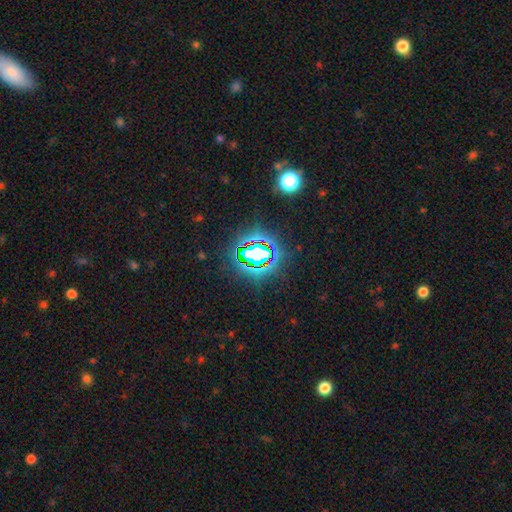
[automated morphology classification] type=star or artifact (81%).